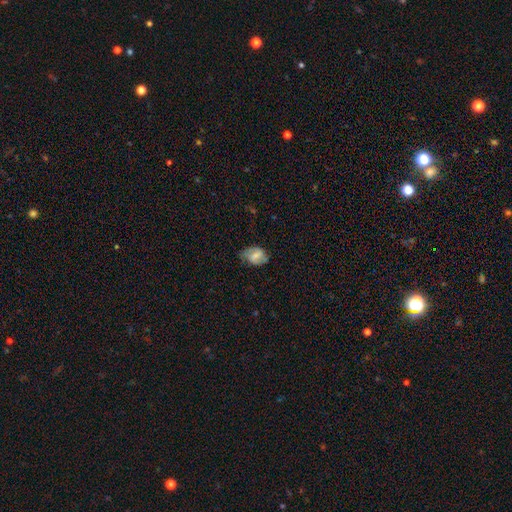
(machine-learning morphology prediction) type=featured or disk (46%, tied with smooth); merging=none (52%).